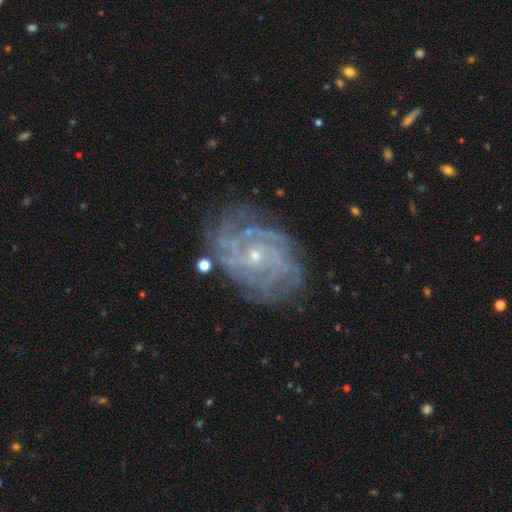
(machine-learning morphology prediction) smooth-or-featured: featured or disk: 85% | star or artifact: 8% | smooth: 7%
  disk-edge-on: no: 97% | yes: 3%
    bar: no: 72% | weak: 23% | strong: 5%
    has-spiral-arms: yes: 95% | no: 5%
      spiral-winding: tight: 66% | medium: 27% | loose: 7%
      spiral-arm-count: can't tell: 34% | 4: 19% | 3: 15% | 2: 13% | more than 4: 12% | 1: 7%
    bulge-size: small: 76% | moderate: 21% | none: 2% | large: 1% | dominant: 1%
  merging: none: 76% | minor disturbance: 16% | major disturbance: 6% | merger: 2%